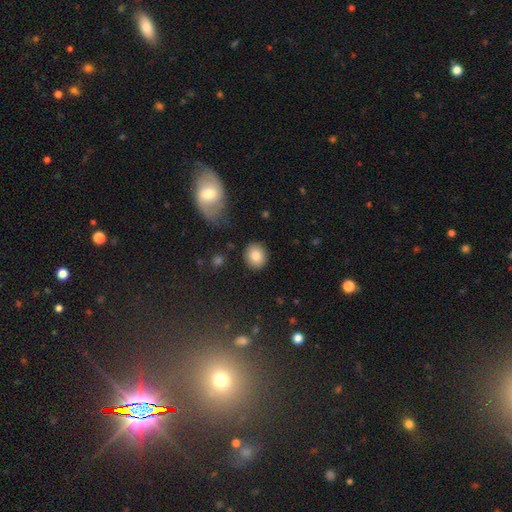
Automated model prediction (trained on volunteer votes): Smooth or featured?
  - smooth: 83% *
  - star or artifact: 9%
  - featured or disk: 8%
How rounded?
  - round: 78% *
  - in between: 21%
  - cigar-shaped: 1%
Merging?
  - none: 88% *
  - minor disturbance: 7%
  - major disturbance: 2%
  - merger: 2%